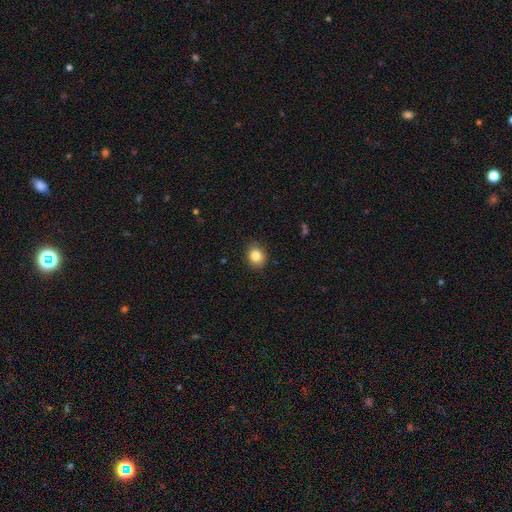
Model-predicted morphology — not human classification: Overall: smooth (84%). How rounded: round (64%; in between 35%). Merging: none (88%).